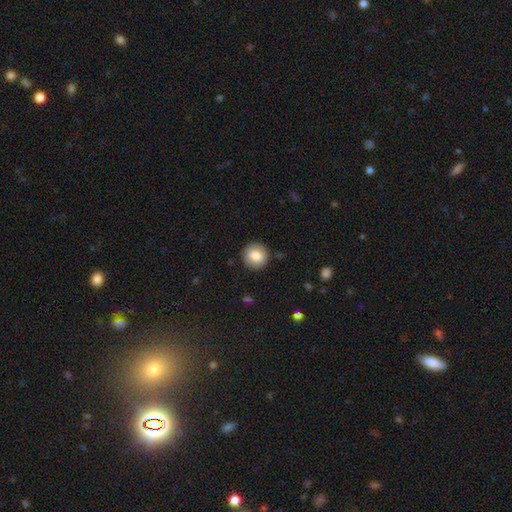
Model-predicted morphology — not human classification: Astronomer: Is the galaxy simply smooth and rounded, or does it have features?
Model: smooth — 82%.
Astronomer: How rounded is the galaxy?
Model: round — 94%.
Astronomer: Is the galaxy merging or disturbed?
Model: none — 90%.